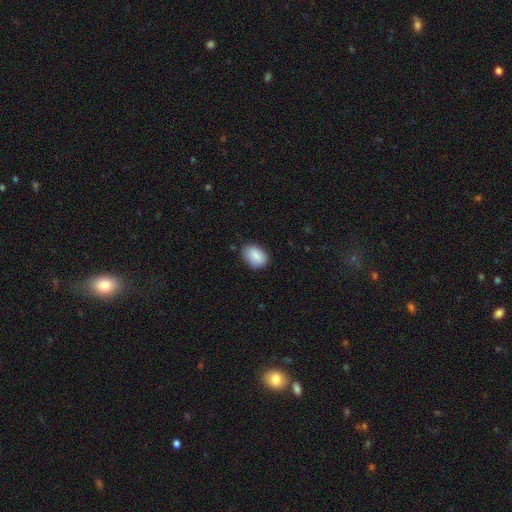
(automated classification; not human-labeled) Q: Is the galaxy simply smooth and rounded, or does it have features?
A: smooth — 87%.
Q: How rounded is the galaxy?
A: in between — 83%.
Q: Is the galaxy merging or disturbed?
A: none — 77%.